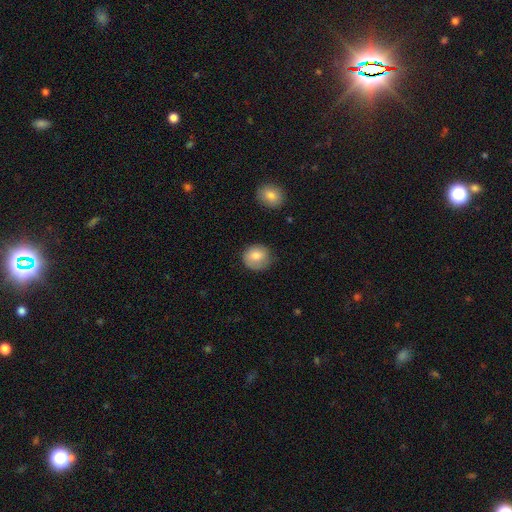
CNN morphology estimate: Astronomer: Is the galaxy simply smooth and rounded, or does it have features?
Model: smooth — 78%.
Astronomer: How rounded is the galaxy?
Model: round — 83%.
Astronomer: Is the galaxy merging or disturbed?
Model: none — 74%.